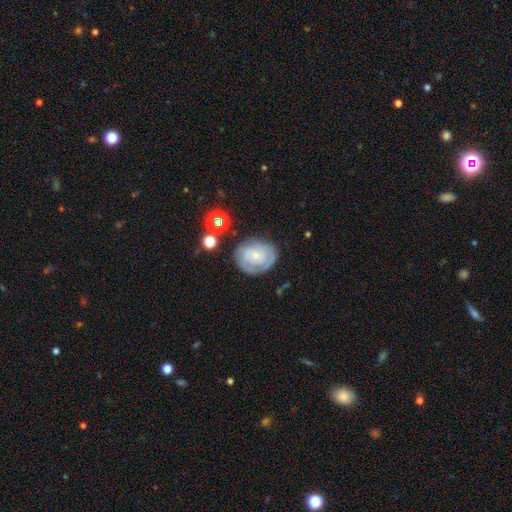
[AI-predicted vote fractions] Q: Smooth or featured?
A: featured or disk (63%); runner-up: smooth (30%)
Q: Edge-on disk?
A: no (97%); runner-up: yes (3%)
Q: Bar?
A: no (76%); runner-up: weak (20%)
Q: Spiral arms?
A: yes (80%); runner-up: no (20%)
Q: Bulge size?
A: small (73%); runner-up: moderate (17%)
Q: Merging?
A: none (70%); runner-up: minor disturbance (18%)